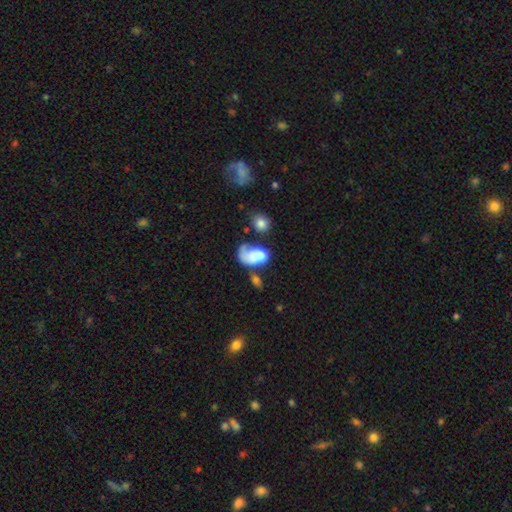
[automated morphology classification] type=smooth (59%); roundness=in between (86%); merging=major disturbance (32%).